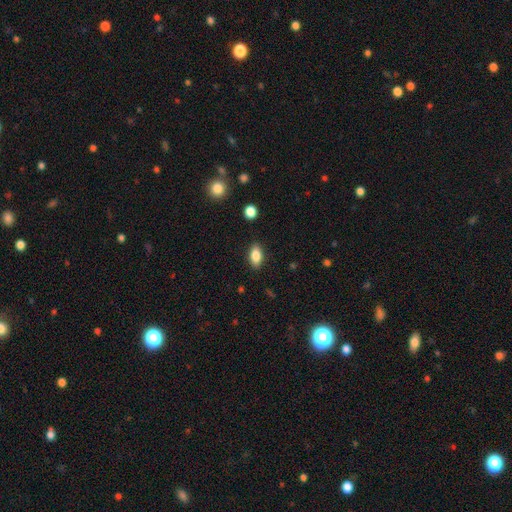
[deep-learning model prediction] smooth 84%, featured or disk 8%, star or artifact 8%. Down the decision tree: how rounded — in between (89%); merging — none (88%).